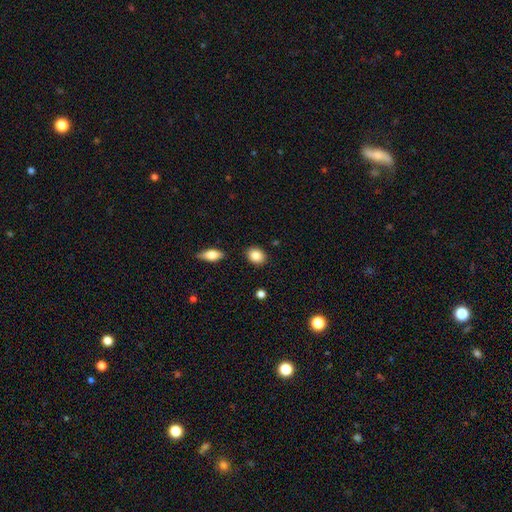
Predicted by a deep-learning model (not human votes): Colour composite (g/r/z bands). It shows a smooth galaxy with no disk features (85%) that is round (50%). Merging: none (87%).